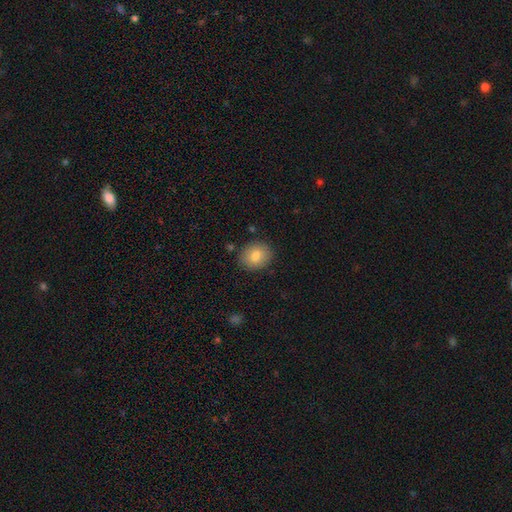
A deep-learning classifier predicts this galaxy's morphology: Smooth or featured? smooth (81%)
How rounded? round (62%)
Merging? none (87%)